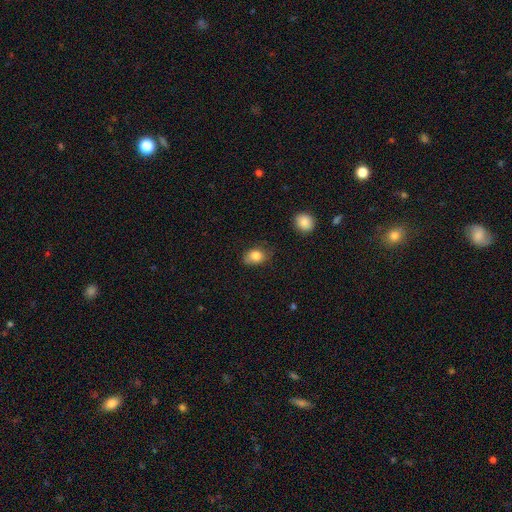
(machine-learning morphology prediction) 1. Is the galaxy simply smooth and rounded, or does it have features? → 83% smooth, 9% star or artifact, 8% featured or disk.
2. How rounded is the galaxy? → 72% in between, 27% round, 1% cigar-shaped.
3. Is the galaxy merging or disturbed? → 69% none, 25% minor disturbance, 5% major disturbance, 2% merger.